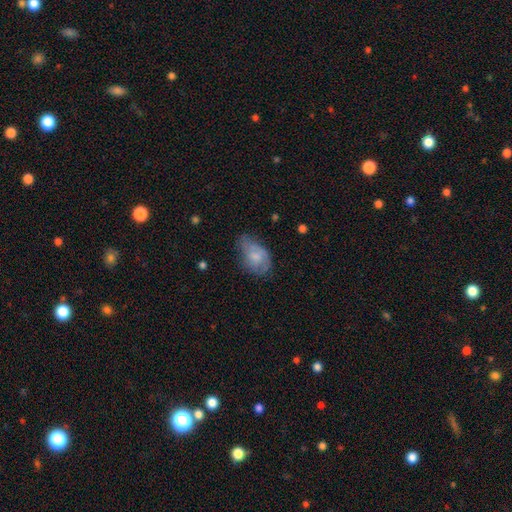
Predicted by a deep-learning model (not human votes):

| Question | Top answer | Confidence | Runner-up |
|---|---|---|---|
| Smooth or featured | smooth | 62% | featured or disk (31%) |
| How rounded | in between | 86% | round (12%) |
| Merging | none | 41% | minor disturbance (38%) |